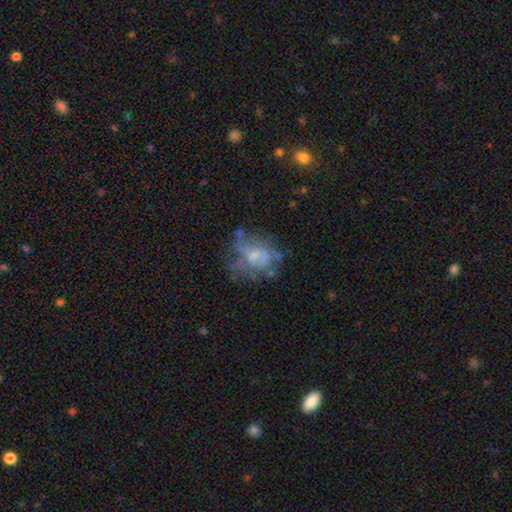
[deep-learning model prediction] Overall: featured or disk (60%; smooth 28%). Edge-on disk: no (97%). Bar: no (72%). Spiral arms: no (62%; yes 38%). Bulge size: small (42%; moderate 37%). Merging: none (39%; major disturbance 32%).